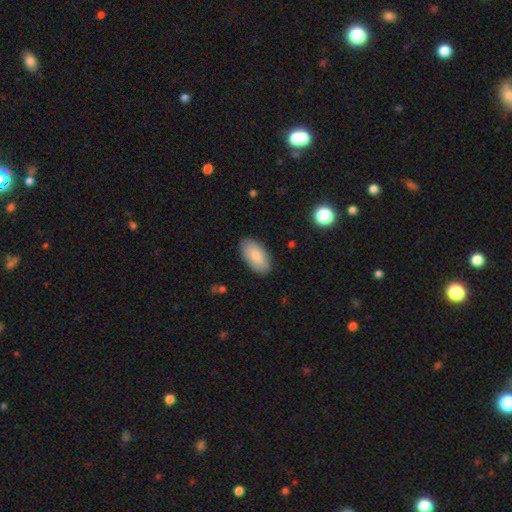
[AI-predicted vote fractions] Smooth or featured? smooth (85%)
How rounded? in between (95%)
Merging? none (87%)